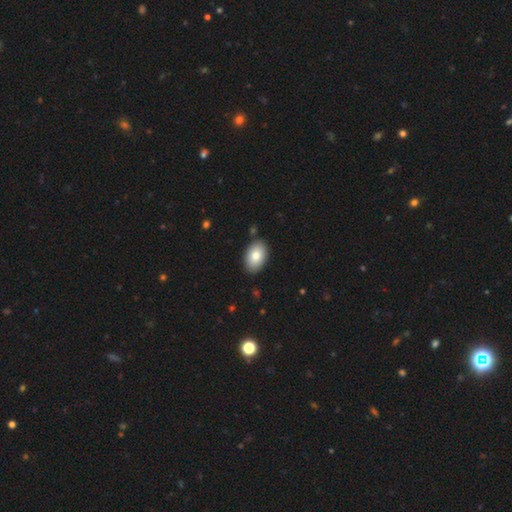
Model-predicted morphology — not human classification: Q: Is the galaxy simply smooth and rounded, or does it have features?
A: smooth — 83%.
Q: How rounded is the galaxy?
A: in between — 91%.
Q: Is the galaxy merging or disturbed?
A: none — 88%.